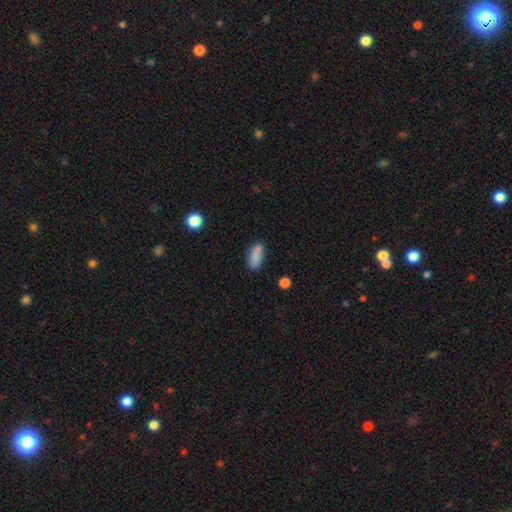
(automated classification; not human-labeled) A smooth galaxy with no disk features (84%) that is in between round and cigar-shaped (74%). Merging: none (69%).